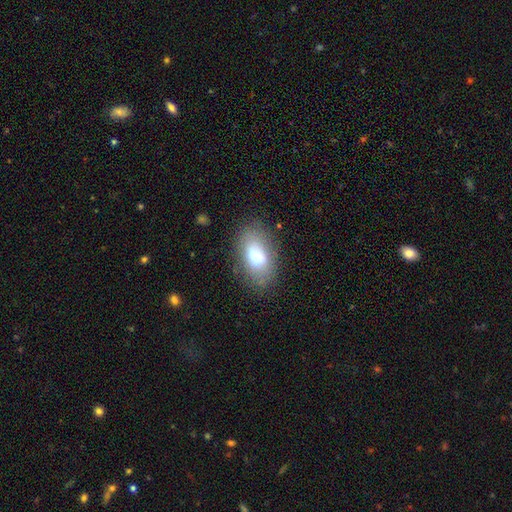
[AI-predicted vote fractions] Overall: smooth (77%). How rounded: in between (93%). Merging: none (76%).